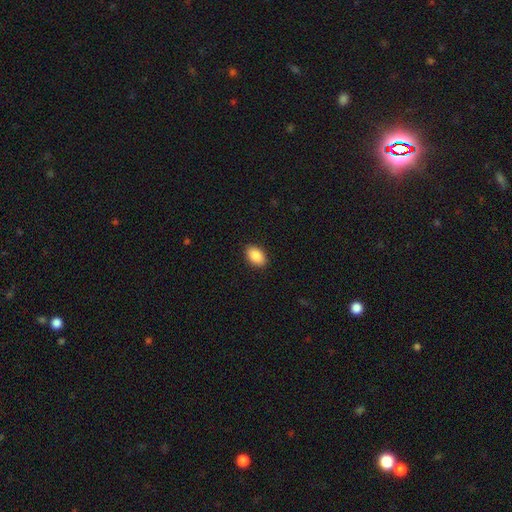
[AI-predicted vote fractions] This is clearly a smooth galaxy (89%). How rounded: clearly in between (91%). Merging: clearly none (90%).